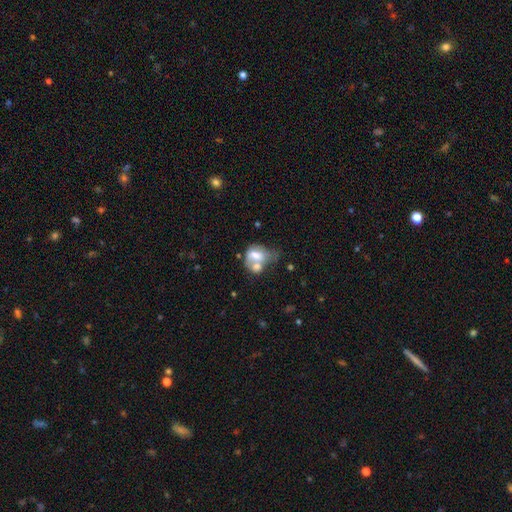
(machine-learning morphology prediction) type=smooth (56%); roundness=in between (70%); merging=merger (59%).